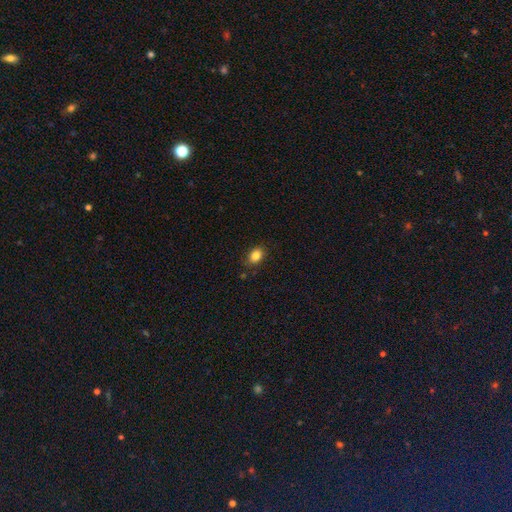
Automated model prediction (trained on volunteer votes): Overall: smooth (84%). How rounded: in between (73%). Merging: none (84%).